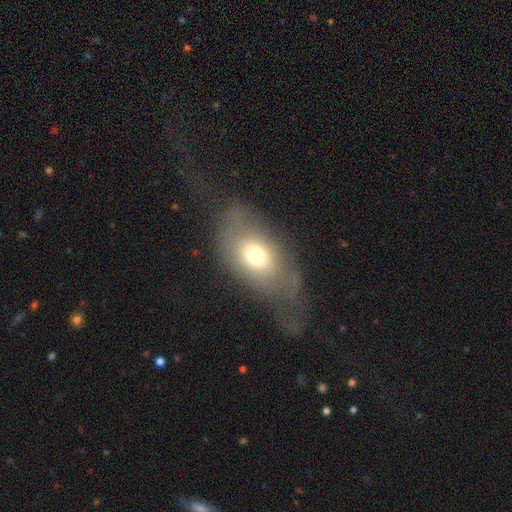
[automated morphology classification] The model was most divided on "merging": none: 38%, major disturbance: 35%, minor disturbance: 25%, merger: 3%. More confident: how rounded — in between (80%); smooth or featured — smooth (62%).